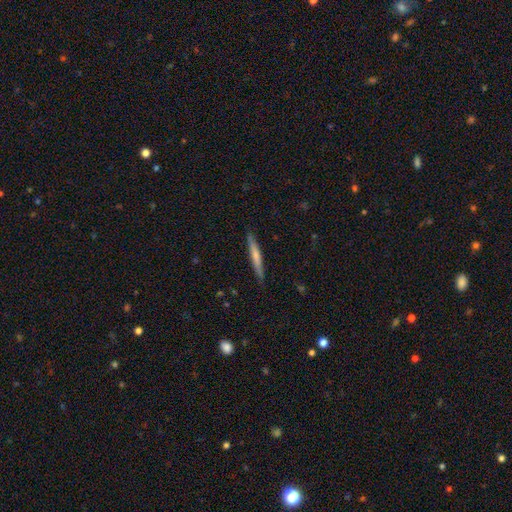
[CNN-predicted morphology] Smooth or featured? Predicted: smooth (p=0.59). How rounded? Predicted: cigar-shaped (p=0.95). Merging? Predicted: none (p=0.87).